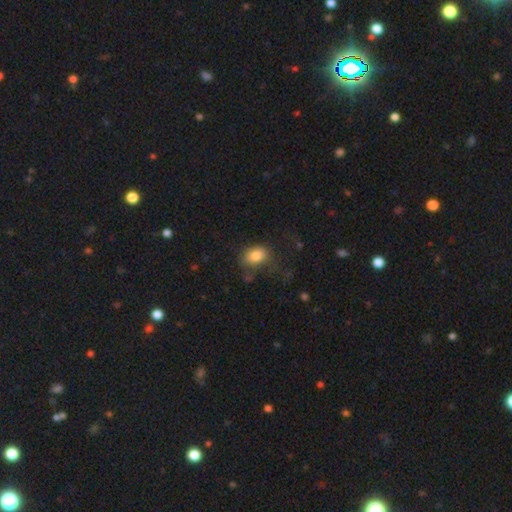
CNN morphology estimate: smooth 81%, star or artifact 10%, featured or disk 9%. Down the decision tree: how rounded — in between (69%); merging — none (57%).